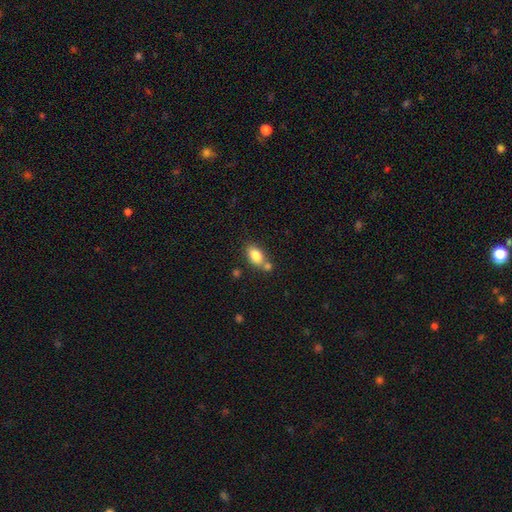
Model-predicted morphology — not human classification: smooth-or-featured: smooth: 82% | featured or disk: 10% | star or artifact: 8%
  how-rounded: in between: 87% | round: 9% | cigar-shaped: 4%
  merging: none: 56% | merger: 27% | minor disturbance: 13% | major disturbance: 4%